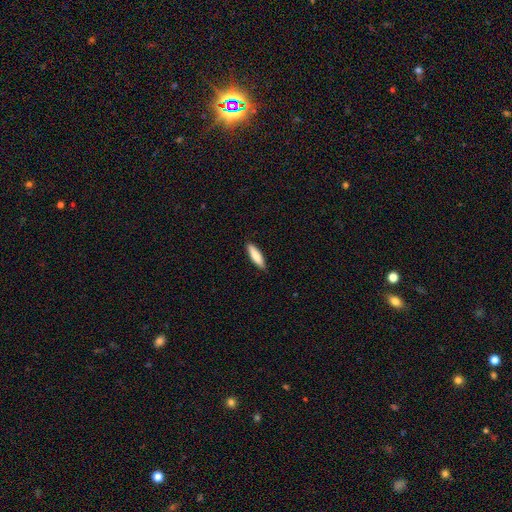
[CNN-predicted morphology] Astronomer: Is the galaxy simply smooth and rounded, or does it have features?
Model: smooth — 82%.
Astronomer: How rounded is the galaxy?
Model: cigar-shaped — 71%.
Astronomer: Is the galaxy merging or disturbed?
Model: none — 89%.